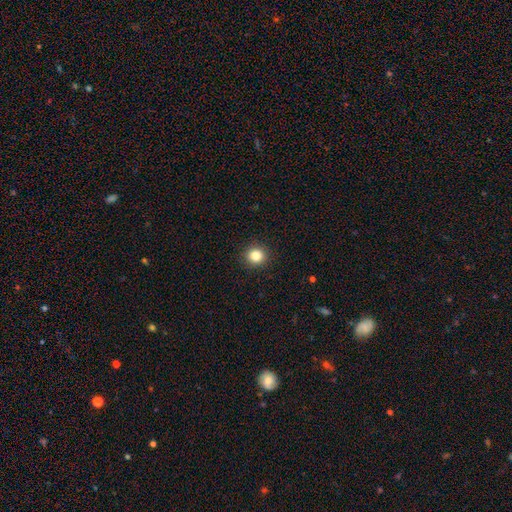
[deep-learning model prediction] Morphology: type=smooth (84%); roundness=round (89%); merging=none (92%).